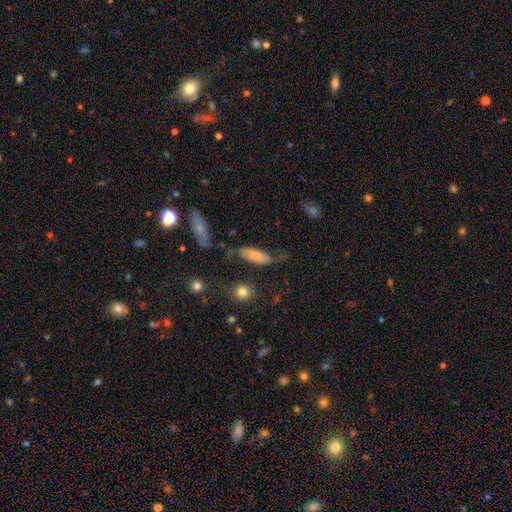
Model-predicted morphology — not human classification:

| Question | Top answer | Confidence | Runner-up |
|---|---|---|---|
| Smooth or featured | smooth | 60% | featured or disk (32%) |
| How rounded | in between | 66% | cigar-shaped (30%) |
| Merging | none | 49% | minor disturbance (28%) |